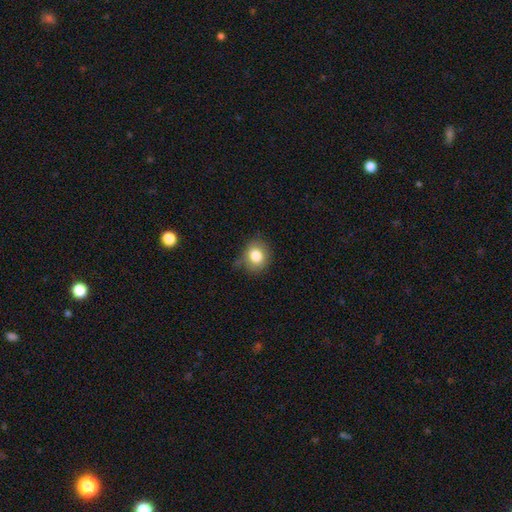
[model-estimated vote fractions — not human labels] Smooth or featured? smooth (82%)
How rounded? round (71%)
Merging? none (69%)